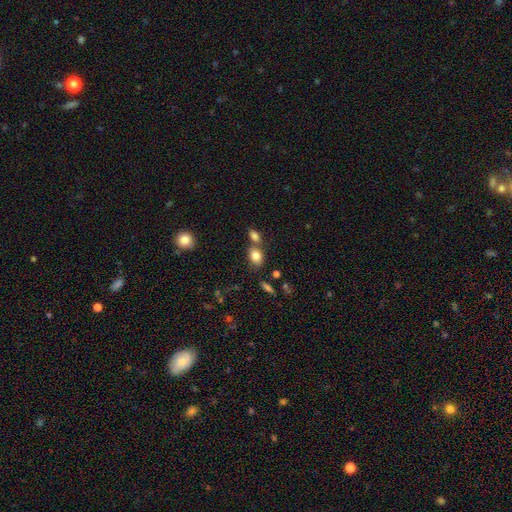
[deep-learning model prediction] smooth-or-featured: smooth: 82% | star or artifact: 10% | featured or disk: 8%
  how-rounded: in between: 73% | round: 25% | cigar-shaped: 2%
  merging: none: 52% | merger: 33% | minor disturbance: 11% | major disturbance: 4%